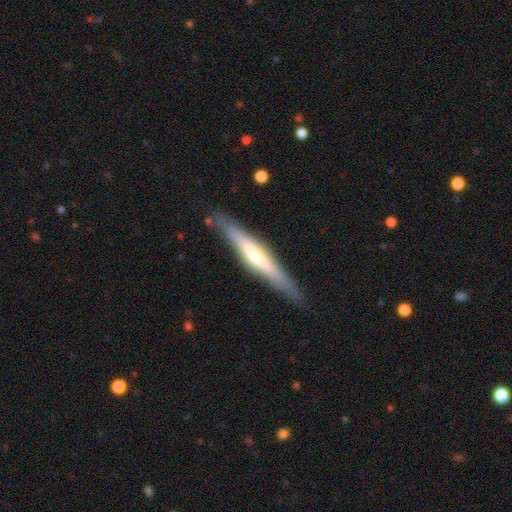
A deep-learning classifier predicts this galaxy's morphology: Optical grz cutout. It shows a featured or disk galaxy (55%) viewed edge-on (95%) with a rounded central bulge (56%). Merging: none (87%).